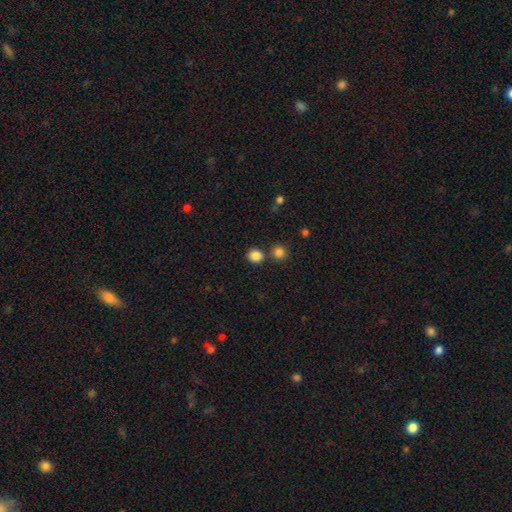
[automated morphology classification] Smooth or featured? smooth (85%)
How rounded? round (81%)
Merging? none (75%)